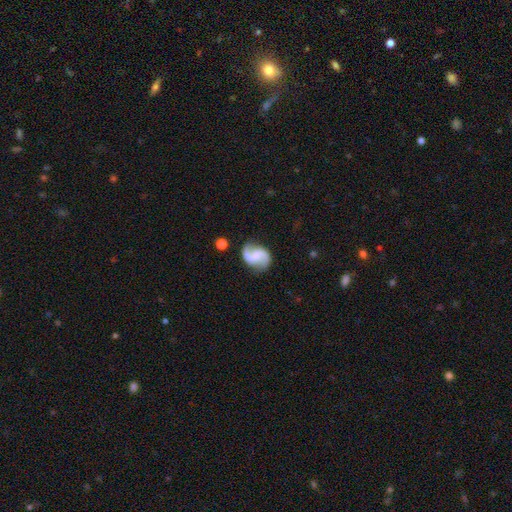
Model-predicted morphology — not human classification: Smooth or featured? Predicted: featured or disk (p=0.86). Edge-on disk? Predicted: no (p=0.98). Bar? Predicted: no (p=0.49). Spiral arms? Predicted: yes (p=0.97). Spiral winding? Predicted: medium (p=0.47). Spiral arm count? Predicted: 2 (p=0.93). Bulge size? Predicted: small (p=0.45). Merging? Predicted: none (p=0.77).